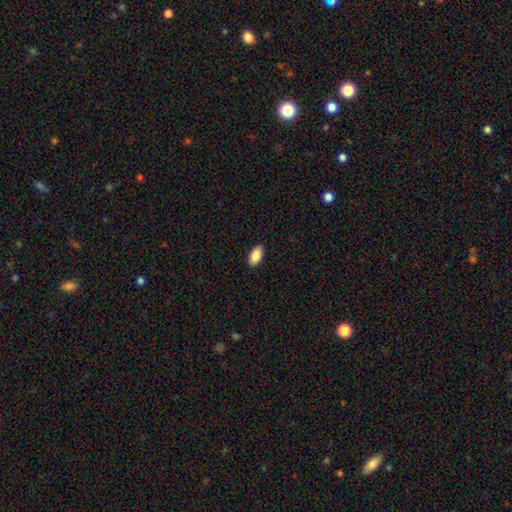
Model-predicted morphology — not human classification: smooth-or-featured: smooth: 89% | star or artifact: 7% | featured or disk: 4%
  how-rounded: in between: 94% | round: 3% | cigar-shaped: 3%
  merging: none: 90% | minor disturbance: 8% | major disturbance: 2% | merger: 1%